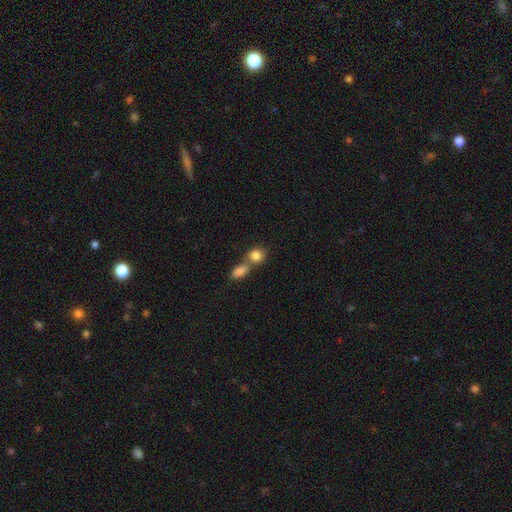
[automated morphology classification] Overall: smooth (83%). How rounded: round (57%; in between 41%). Merging: merger (55%; none 34%).